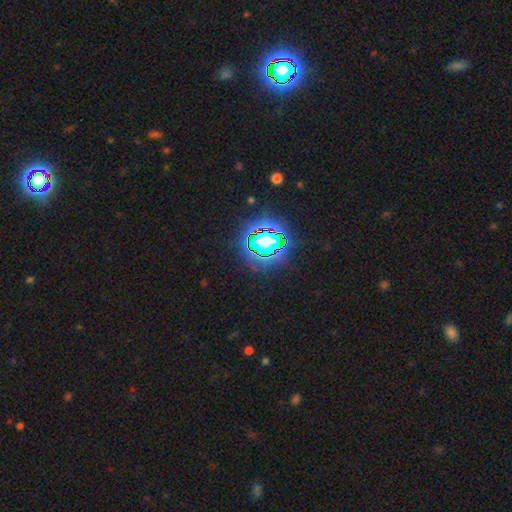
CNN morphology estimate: Q: Smooth or featured?
A: star or artifact (81%); runner-up: smooth (12%)